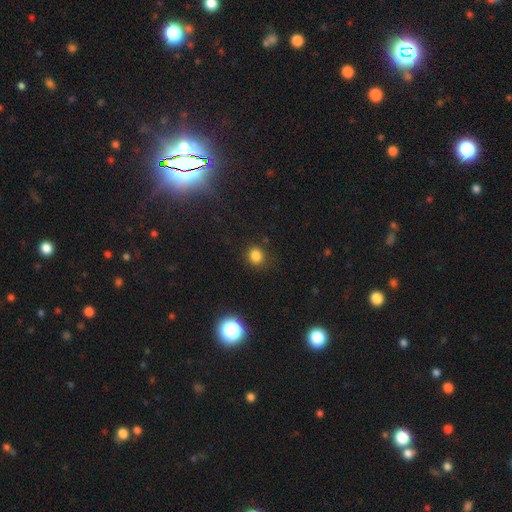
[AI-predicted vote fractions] This is clearly a smooth galaxy (81%). How rounded: likely round (78%). Merging: clearly none (83%).